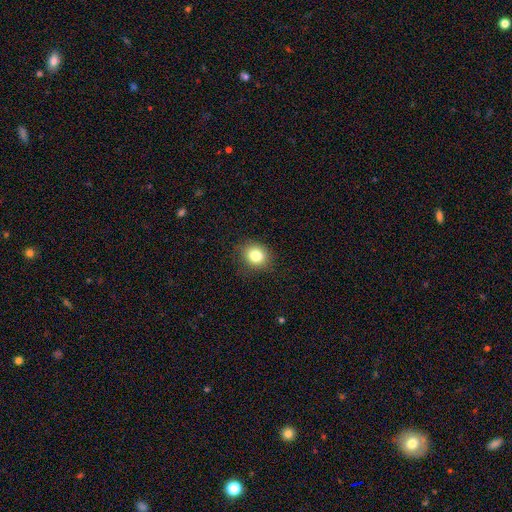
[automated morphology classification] Q: Smooth or featured?
A: smooth (82%); runner-up: star or artifact (11%)
Q: How rounded?
A: round (71%); runner-up: in between (29%)
Q: Merging?
A: none (85%); runner-up: minor disturbance (11%)